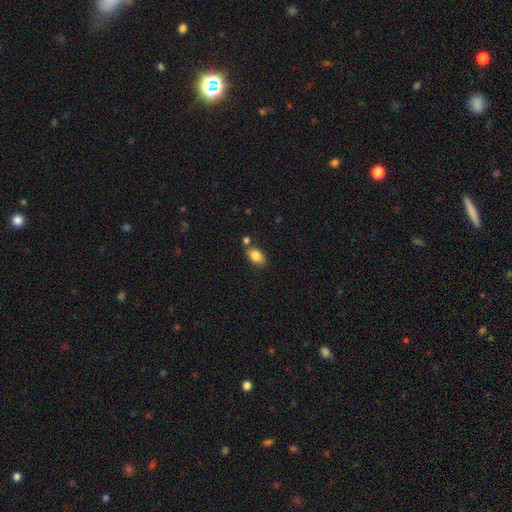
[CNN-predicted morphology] This is clearly a smooth galaxy (84%). How rounded: clearly in between (85%). Merging: likely none (72%).